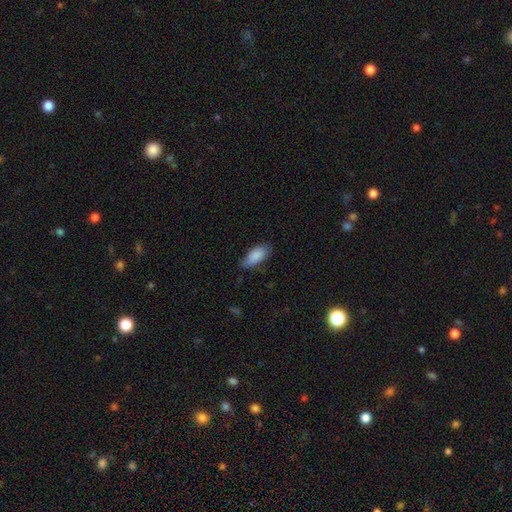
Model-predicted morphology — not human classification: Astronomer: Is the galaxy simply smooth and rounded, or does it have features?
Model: smooth — 88%.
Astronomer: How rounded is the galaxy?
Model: in between — 87%.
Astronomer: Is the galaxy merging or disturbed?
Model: none — 71%.